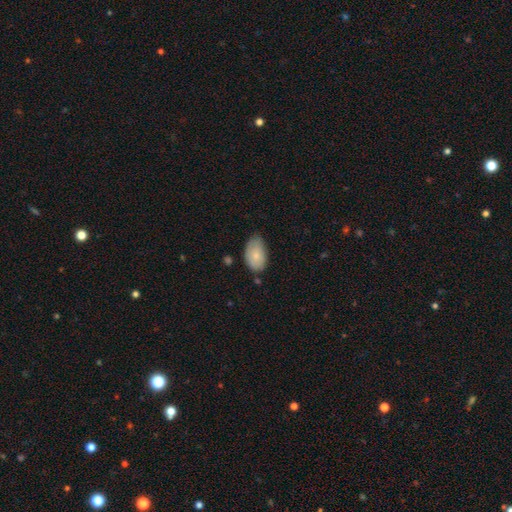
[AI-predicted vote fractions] Smooth or featured?
  - smooth: 79% *
  - featured or disk: 14%
  - star or artifact: 6%
How rounded?
  - in between: 92% *
  - round: 7%
  - cigar-shaped: 1%
Merging?
  - none: 59% *
  - minor disturbance: 32%
  - major disturbance: 5%
  - merger: 3%